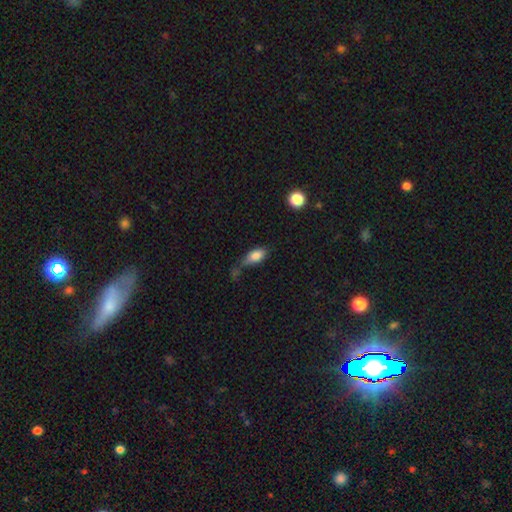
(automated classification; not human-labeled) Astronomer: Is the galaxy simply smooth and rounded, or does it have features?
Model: smooth — 81%.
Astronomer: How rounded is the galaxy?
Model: in between — 86%.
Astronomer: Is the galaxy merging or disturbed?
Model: none — 38% (runner-up: minor disturbance, 29%).